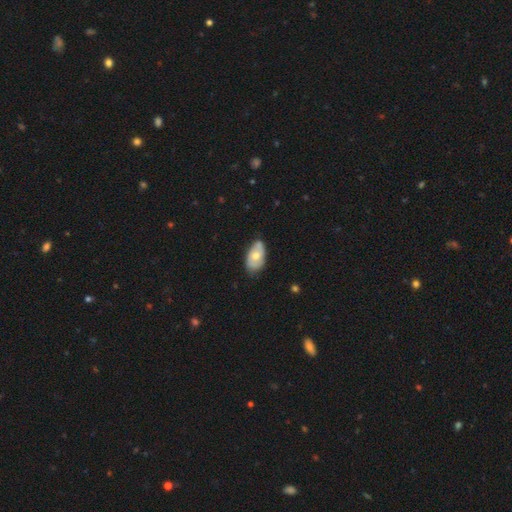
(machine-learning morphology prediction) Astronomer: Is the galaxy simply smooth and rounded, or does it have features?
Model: smooth — 54% (runner-up: featured or disk, 40%).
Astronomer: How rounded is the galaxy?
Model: in between — 93%.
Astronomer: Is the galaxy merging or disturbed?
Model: none — 67%.